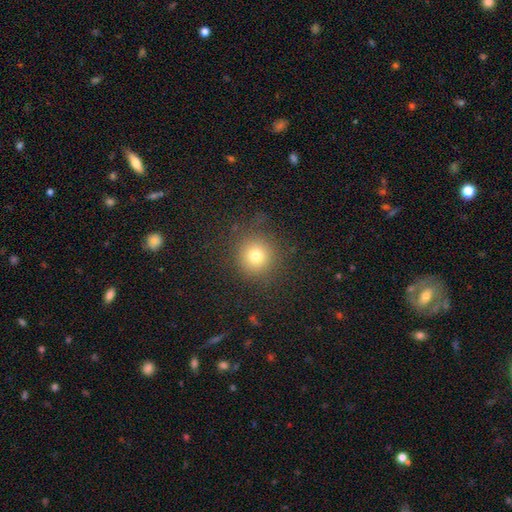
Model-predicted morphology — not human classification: smooth_or_featured: smooth (p=0.76) [alt: star or artifact p=0.15]
how_rounded: round (p=0.93) [alt: in between p=0.06]
merging: none (p=0.85) [alt: minor disturbance p=0.09]